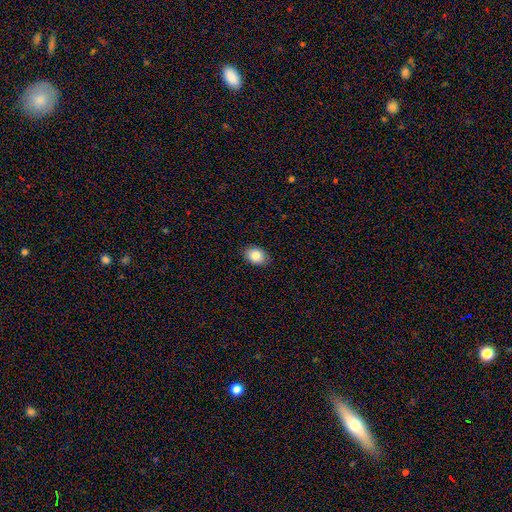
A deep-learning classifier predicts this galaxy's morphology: Overall: smooth (85%). How rounded: in between (72%). Merging: none (87%).